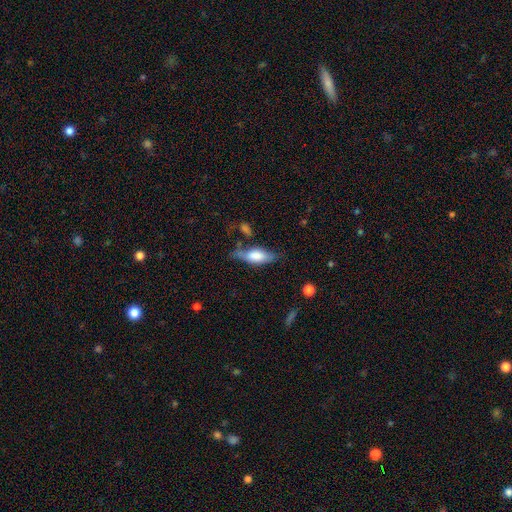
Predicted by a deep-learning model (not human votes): Morphology: type=smooth (62%); roundness=in between (71%); merging=none (51%).